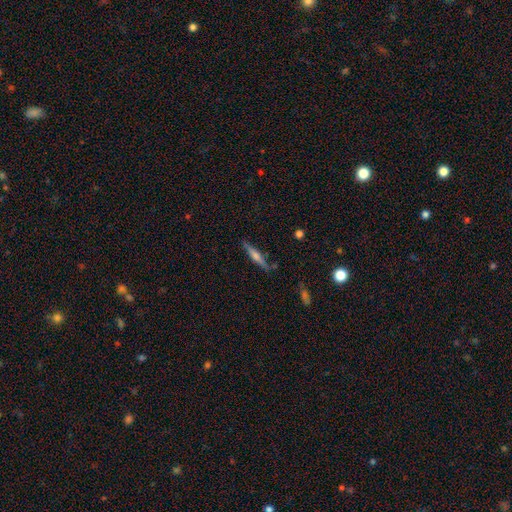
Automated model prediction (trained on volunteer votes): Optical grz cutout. It shows a featured or disk galaxy (61%) viewed edge-on (97%) with a rounded central bulge (76%). Merging: none (85%).